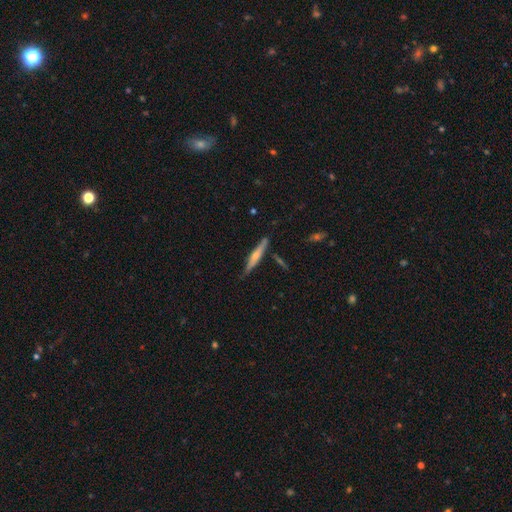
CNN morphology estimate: Overall: featured or disk (52%; smooth 42%). Edge-on disk: yes (94%). Merging: none (79%).